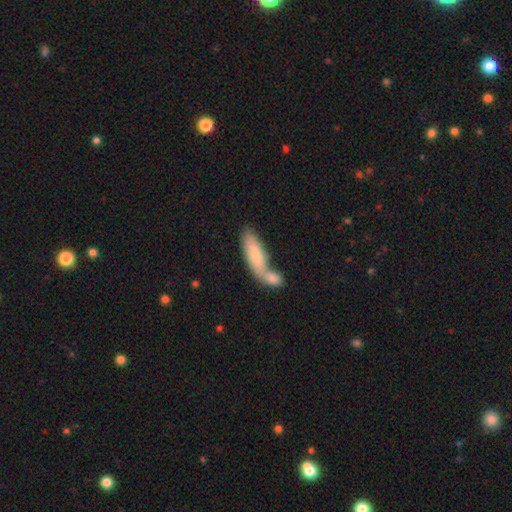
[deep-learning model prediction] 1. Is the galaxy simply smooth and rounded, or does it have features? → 76% smooth, 18% featured or disk, 6% star or artifact.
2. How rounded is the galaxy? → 51% in between, 47% cigar-shaped, 2% round.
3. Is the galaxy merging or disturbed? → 53% merger, 31% none, 11% minor disturbance, 5% major disturbance.